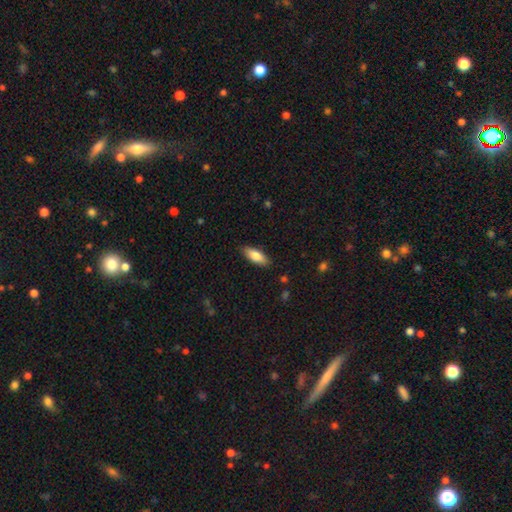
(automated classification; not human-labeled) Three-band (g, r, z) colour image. It shows a smooth galaxy with no disk features (78%) that is in between round and cigar-shaped (70%). Merging: none (88%).